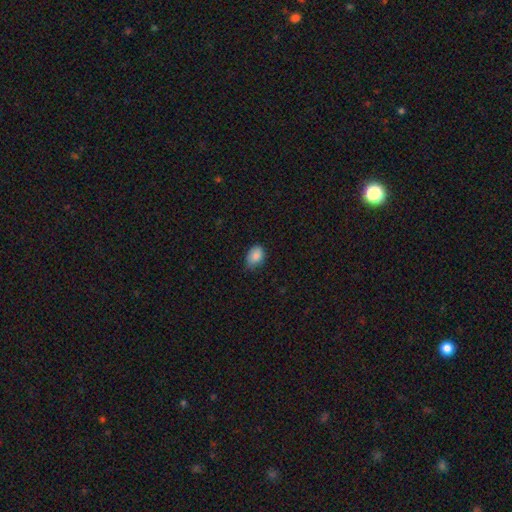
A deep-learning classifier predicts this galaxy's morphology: Smooth or featured? smooth (87%)
How rounded? in between (83%)
Merging? none (71%)